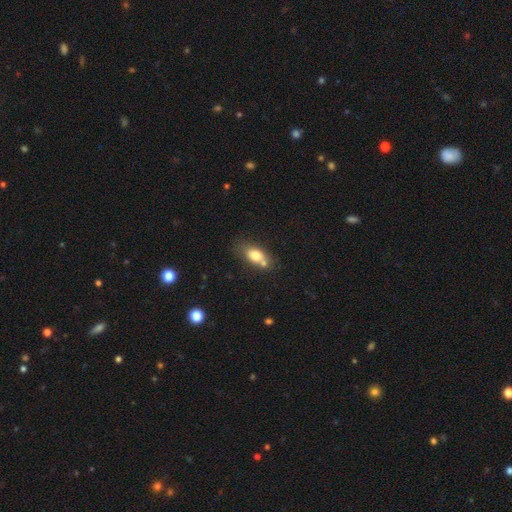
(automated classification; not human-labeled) Q: Smooth or featured?
A: smooth (73%); runner-up: featured or disk (18%)
Q: How rounded?
A: in between (80%); runner-up: round (14%)
Q: Merging?
A: none (46%); runner-up: merger (31%)